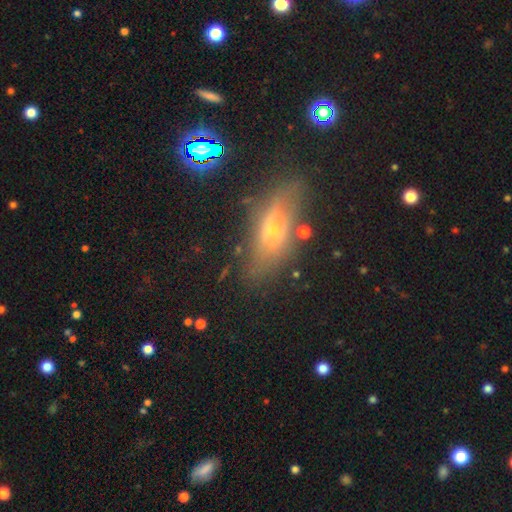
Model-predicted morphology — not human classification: Smooth or featured: smooth — 41% (tied with featured or disk — 41%)
Merging: none — 75% (minor disturbance — 15%)